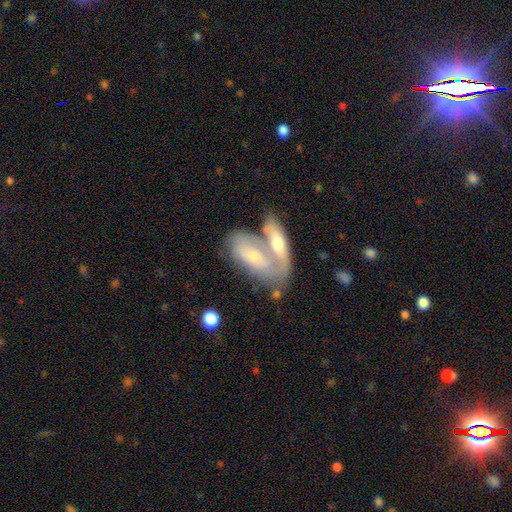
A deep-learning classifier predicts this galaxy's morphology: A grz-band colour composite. It shows a featured or disk galaxy (51%). Merging: merger (62%).